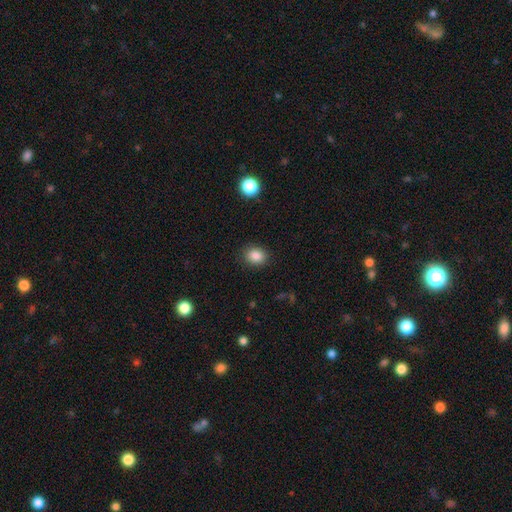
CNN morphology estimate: Q: Smooth or featured?
A: smooth (85%); runner-up: star or artifact (10%)
Q: How rounded?
A: round (50%); runner-up: in between (49%)
Q: Merging?
A: none (88%); runner-up: minor disturbance (9%)